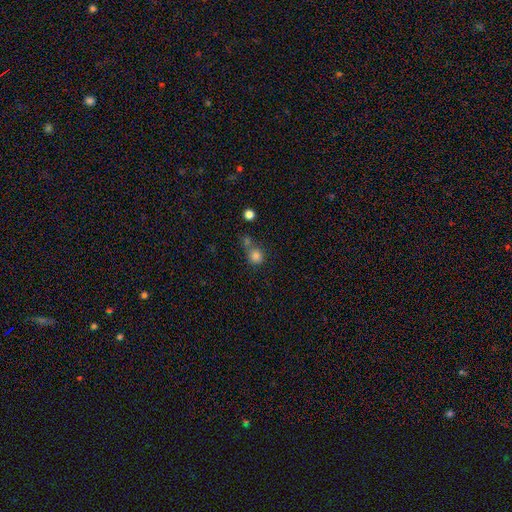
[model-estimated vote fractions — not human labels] Q: Smooth or featured?
A: smooth (81%); runner-up: star or artifact (13%)
Q: How rounded?
A: round (87%); runner-up: in between (12%)
Q: Merging?
A: none (54%); runner-up: merger (30%)